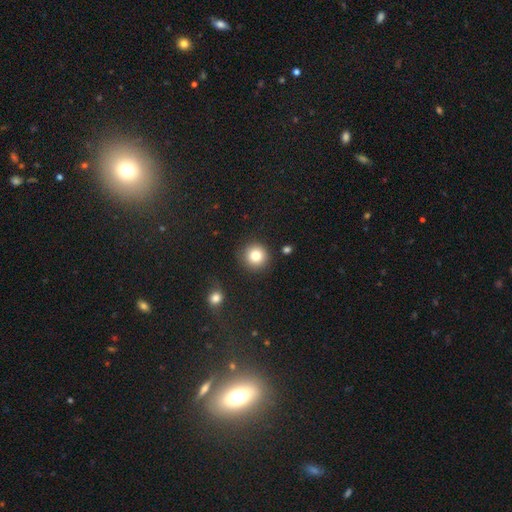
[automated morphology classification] The model was most divided on "smooth or featured": smooth: 83%, star or artifact: 10%, featured or disk: 7%. More confident: how rounded — round (94%); merging — none (88%).